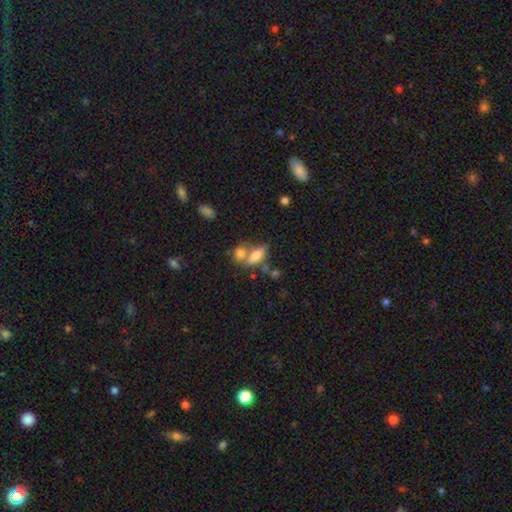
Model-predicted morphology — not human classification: smooth-or-featured: smooth: 69% | featured or disk: 21% | star or artifact: 9%
  how-rounded: in between: 71% | cigar-shaped: 22% | round: 7%
  merging: merger: 44% | none: 39% | minor disturbance: 11% | major disturbance: 5%